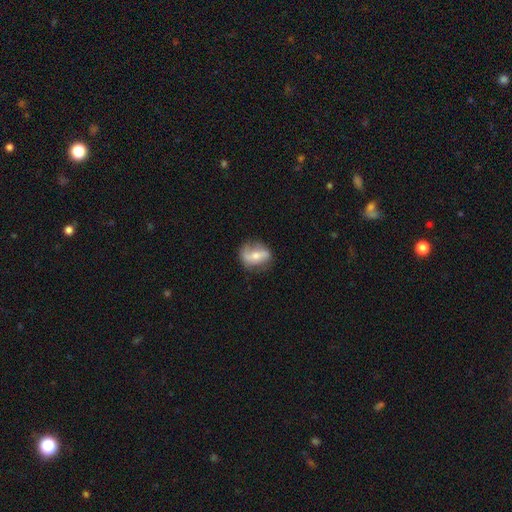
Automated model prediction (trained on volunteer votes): Q: Smooth or featured?
A: featured or disk (56%); runner-up: smooth (36%)
Q: Edge-on disk?
A: no (91%); runner-up: yes (9%)
Q: Bar?
A: no (35%); runner-up: strong (33%)
Q: Spiral arms?
A: yes (69%); runner-up: no (31%)
Q: Bulge size?
A: moderate (58%); runner-up: small (34%)
Q: Merging?
A: none (65%); runner-up: minor disturbance (24%)